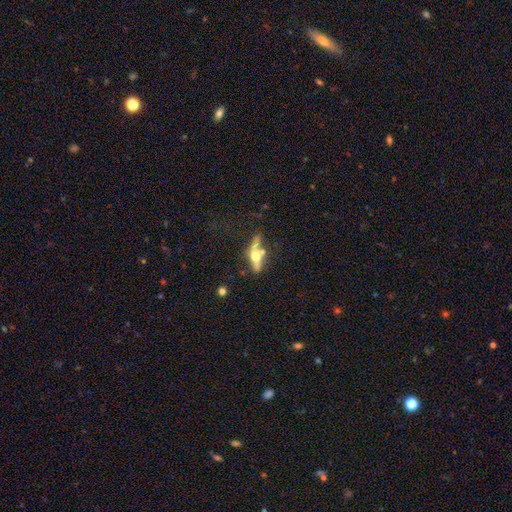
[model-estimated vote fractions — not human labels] Smooth or featured?
  - featured or disk: 61% *
  - smooth: 32%
  - star or artifact: 7%
Edge-on disk?
  - yes: 86% *
  - no: 14%
Edge-on bulge?
  - rounded: 94% *
  - boxy: 4%
  - none: 3%
Merging?
  - none: 54% *
  - minor disturbance: 19%
  - merger: 17%
  - major disturbance: 9%